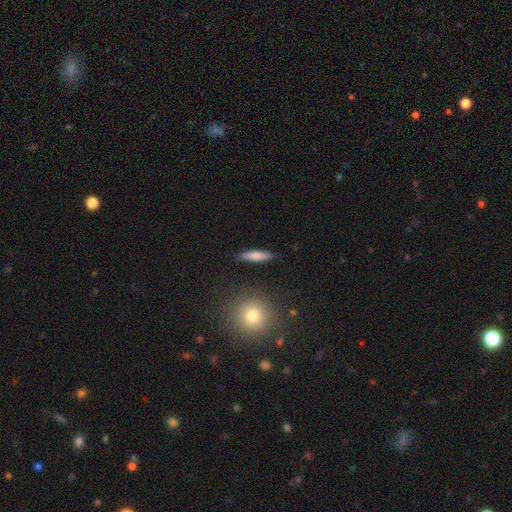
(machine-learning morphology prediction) smooth-or-featured: smooth: 77% | featured or disk: 16% | star or artifact: 7%
  how-rounded: cigar-shaped: 77% | in between: 21% | round: 2%
  merging: none: 88% | minor disturbance: 8% | major disturbance: 2% | merger: 2%